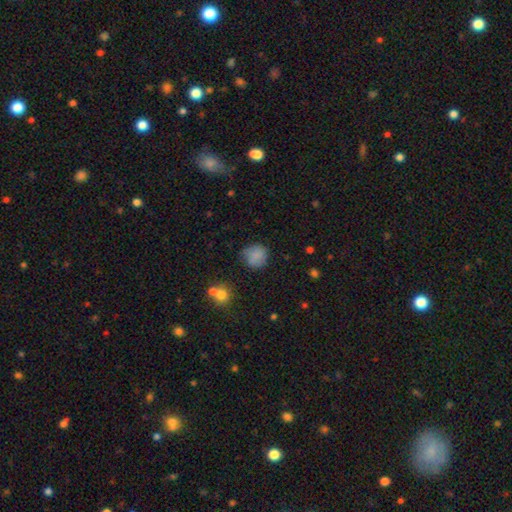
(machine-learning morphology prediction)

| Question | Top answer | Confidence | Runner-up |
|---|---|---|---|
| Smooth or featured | smooth | 81% | star or artifact (10%) |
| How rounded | round | 89% | in between (10%) |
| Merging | none | 74% | minor disturbance (18%) |